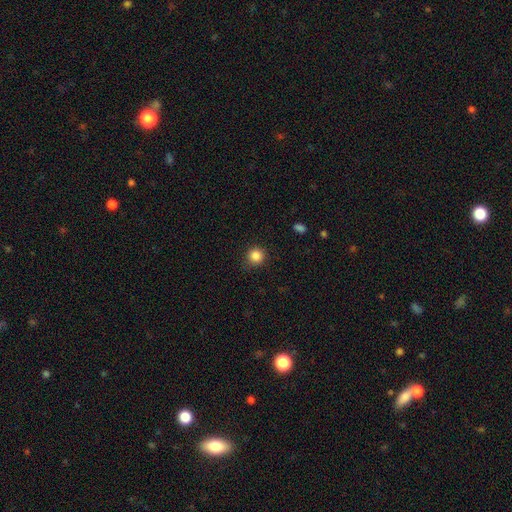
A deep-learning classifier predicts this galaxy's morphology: Q: Smooth or featured?
A: smooth (85%); runner-up: star or artifact (11%)
Q: How rounded?
A: round (94%); runner-up: in between (6%)
Q: Merging?
A: none (88%); runner-up: minor disturbance (8%)